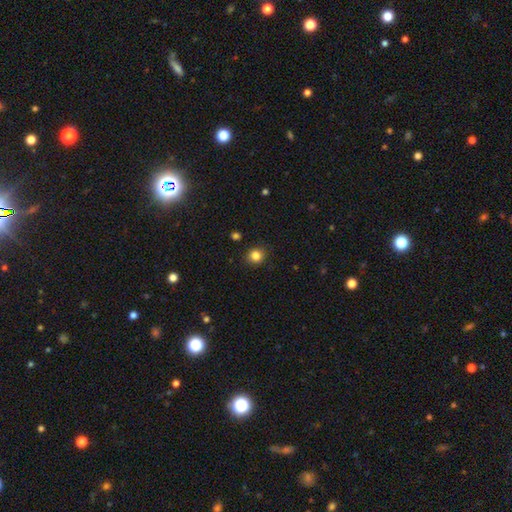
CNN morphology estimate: smooth-or-featured: smooth: 84% | star or artifact: 12% | featured or disk: 5%
  how-rounded: round: 86% | in between: 13% | cigar-shaped: 1%
  merging: none: 90% | minor disturbance: 7% | major disturbance: 2% | merger: 1%